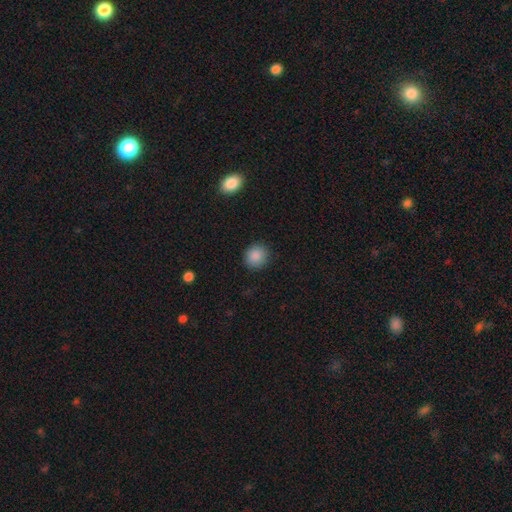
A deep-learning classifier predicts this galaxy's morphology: The model was most divided on "how rounded": round: 88%, in between: 11%, cigar-shaped: 1%. More confident: merging — none (90%); smooth or featured — smooth (88%).